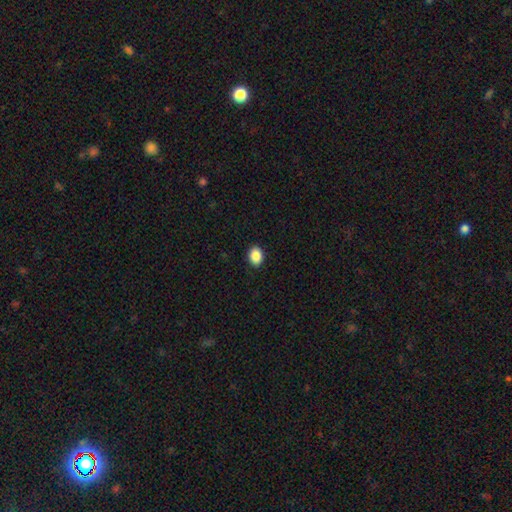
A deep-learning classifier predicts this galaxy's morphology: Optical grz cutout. It shows a smooth galaxy with no disk features (88%) that is in between round and cigar-shaped (67%). Merging: none (90%).